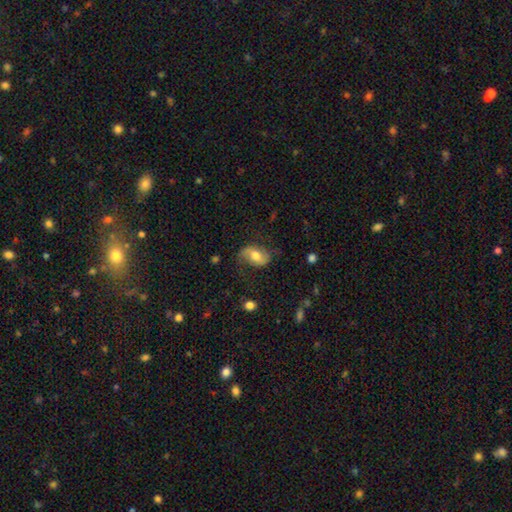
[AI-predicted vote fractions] smooth_or_featured: smooth (p=0.48) [alt: featured or disk p=0.45]
merging: none (p=0.67) [alt: minor disturbance p=0.21]